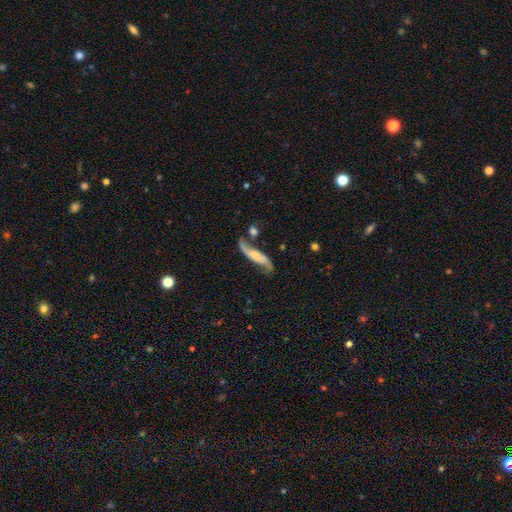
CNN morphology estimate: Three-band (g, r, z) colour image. It shows a featured or disk galaxy (67%) with no bar (56%), spiral arms (90%) and a small central bulge (39%). Merging: none (52%).